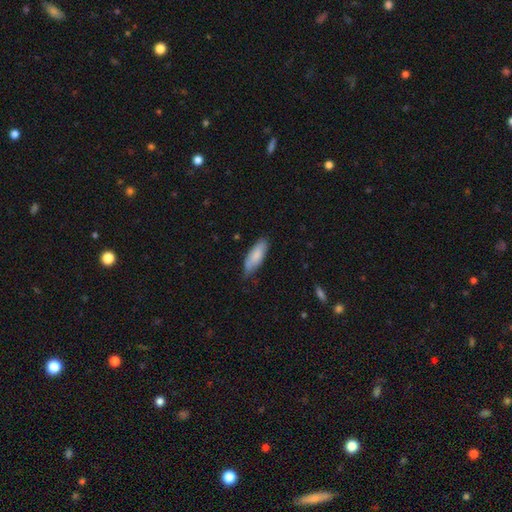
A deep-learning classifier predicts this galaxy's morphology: type=smooth (80%); roundness=in between (65%); merging=none (62%).